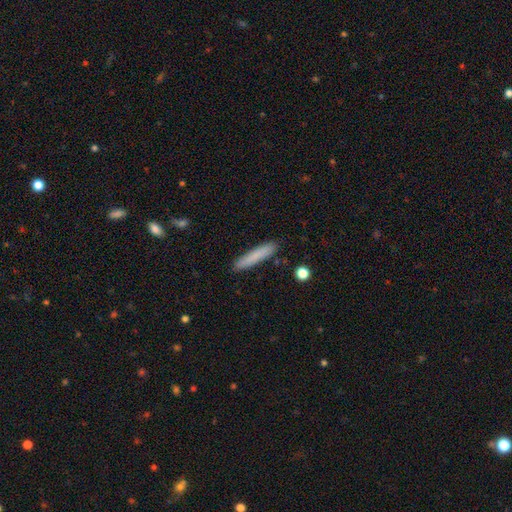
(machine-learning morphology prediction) Smooth or featured: smooth — 81% (featured or disk — 13%)
How rounded: cigar-shaped — 92% (in between — 6%)
Merging: none — 89% (minor disturbance — 8%)